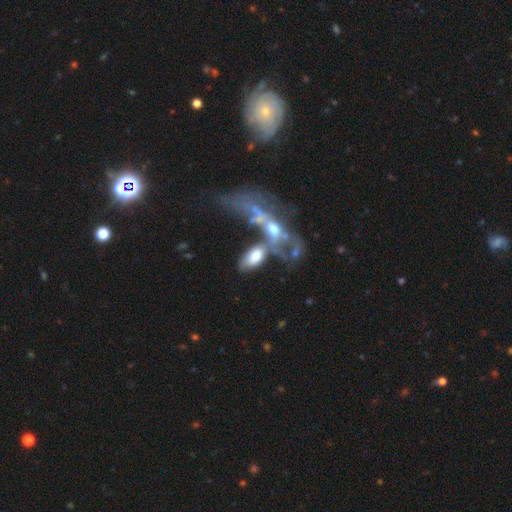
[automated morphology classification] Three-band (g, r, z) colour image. It shows a smooth galaxy with no disk features (54%) that is in between round and cigar-shaped (90%). Merging: merger (55%).